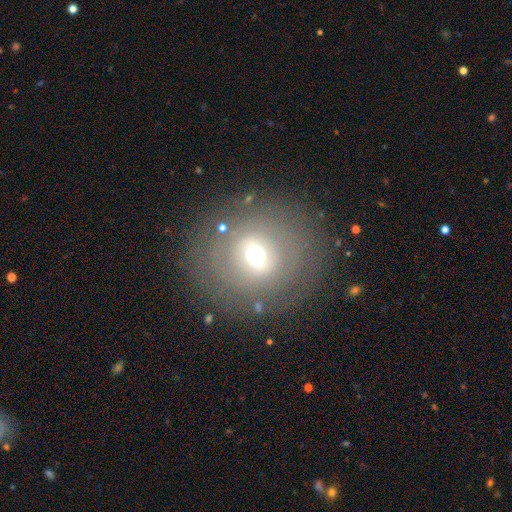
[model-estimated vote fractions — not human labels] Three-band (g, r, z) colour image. It shows a smooth galaxy with no disk features (51%) that is round (88%). Merging: none (79%).